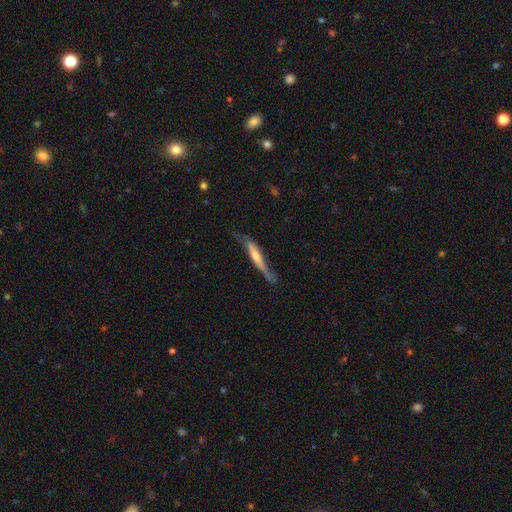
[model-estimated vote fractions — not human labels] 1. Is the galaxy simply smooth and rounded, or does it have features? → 66% featured or disk, 28% smooth, 6% star or artifact.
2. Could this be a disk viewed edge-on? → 83% yes, 17% no.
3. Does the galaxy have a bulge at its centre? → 60% rounded, 23% none, 17% boxy.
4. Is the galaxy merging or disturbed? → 55% none, 28% minor disturbance, 14% major disturbance, 3% merger.